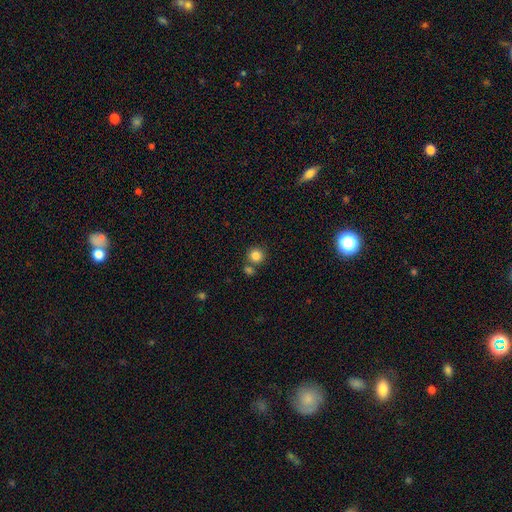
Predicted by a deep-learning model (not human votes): smooth_or_featured: smooth (p=0.84) [alt: star or artifact p=0.10]
how_rounded: round (p=0.92) [alt: in between p=0.07]
merging: none (p=0.70) [alt: merger p=0.19]